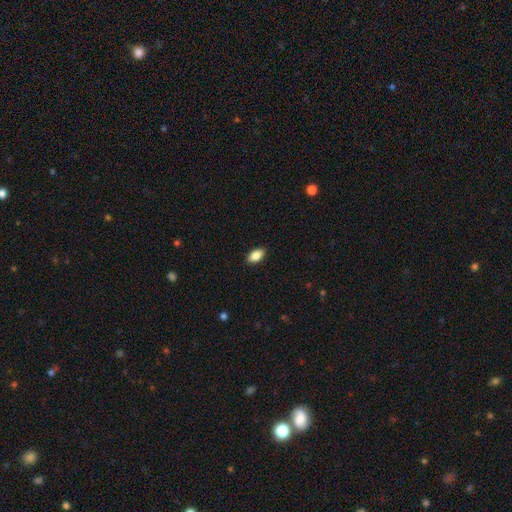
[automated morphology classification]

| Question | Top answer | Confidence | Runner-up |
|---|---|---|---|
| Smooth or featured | smooth | 85% | featured or disk (8%) |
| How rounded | in between | 91% | cigar-shaped (5%) |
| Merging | none | 88% | minor disturbance (9%) |